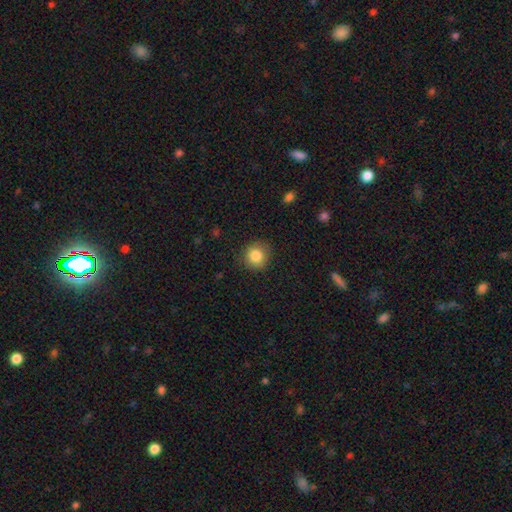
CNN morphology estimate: This is clearly a smooth galaxy (84%). How rounded: clearly round (89%). Merging: clearly none (86%).